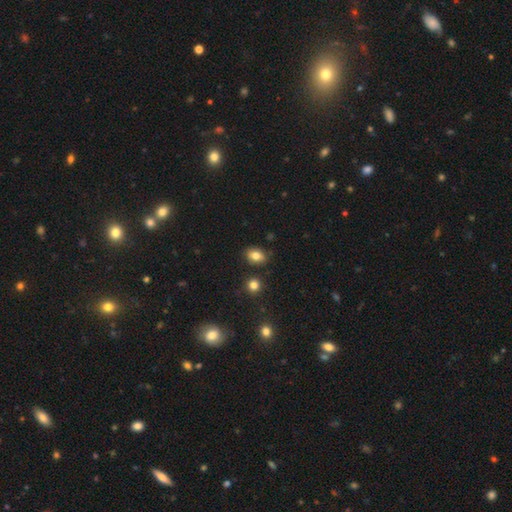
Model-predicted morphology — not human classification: type=smooth (81%); roundness=in between (70%); merging=none (83%).